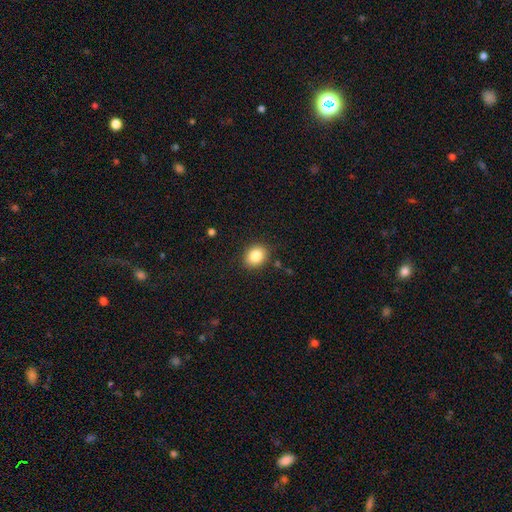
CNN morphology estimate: The model was most divided on "how rounded": round: 55%, in between: 44%, cigar-shaped: 1%. More confident: merging — none (88%); smooth or featured — smooth (85%).